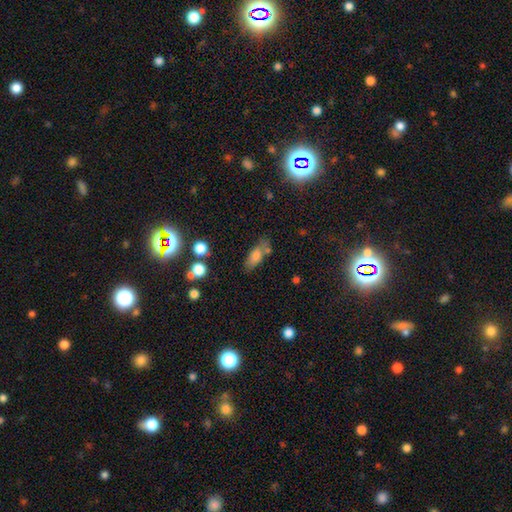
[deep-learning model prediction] Morphology: type=smooth (74%); roundness=in between (75%); merging=none (61%).